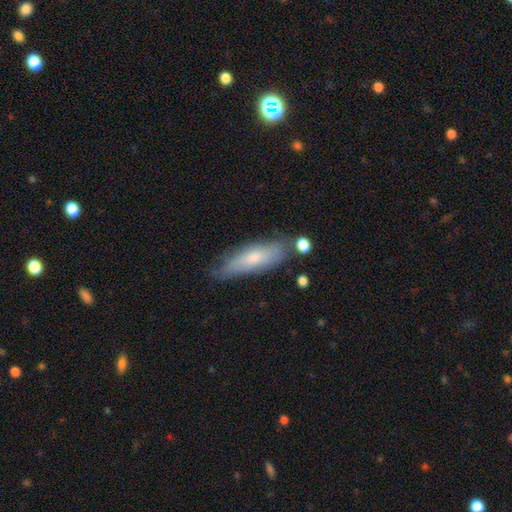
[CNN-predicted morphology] Smooth or featured?
  - smooth: 66% *
  - featured or disk: 28%
  - star or artifact: 6%
How rounded?
  - in between: 51% *
  - cigar-shaped: 46%
  - round: 2%
Merging?
  - none: 61% *
  - minor disturbance: 25%
  - major disturbance: 8%
  - merger: 6%